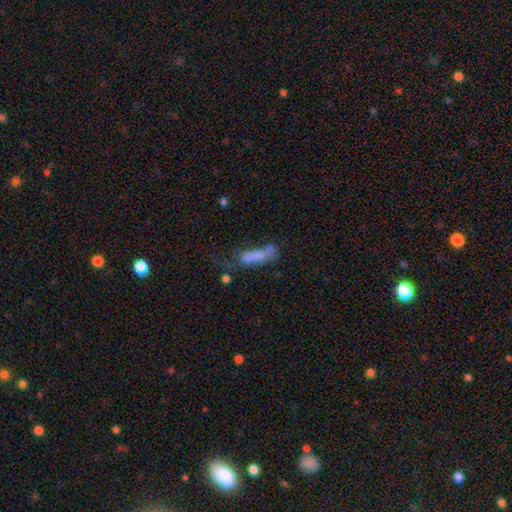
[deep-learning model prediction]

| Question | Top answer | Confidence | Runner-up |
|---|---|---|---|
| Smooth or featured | smooth | 62% | featured or disk (25%) |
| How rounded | cigar-shaped | 59% | in between (38%) |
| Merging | none | 30% | major disturbance (25%) |